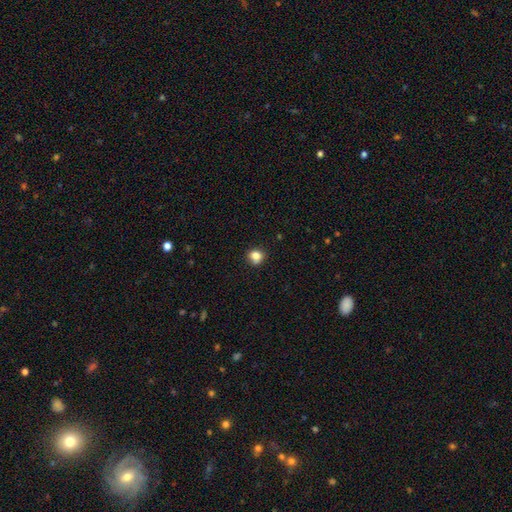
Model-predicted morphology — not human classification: Smooth or featured?
  - smooth: 82% *
  - star or artifact: 12%
  - featured or disk: 6%
How rounded?
  - round: 84% *
  - in between: 15%
  - cigar-shaped: 1%
Merging?
  - none: 77% *
  - minor disturbance: 16%
  - merger: 4%
  - major disturbance: 4%